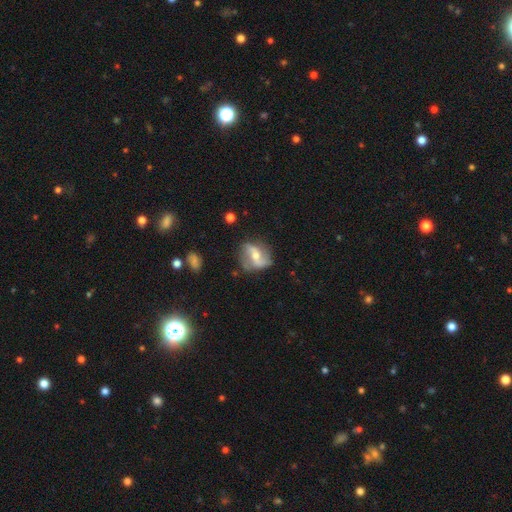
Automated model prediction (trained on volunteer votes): A featured or disk galaxy (73%) with a weak bar (38%), 2 (86%) loose (59%) spiral arms (88%) and a moderate central bulge (57%).

Vote fractions:
- Smooth or featured? featured or disk: 73% / smooth: 20% / star or artifact: 7%
- Edge-on disk? no: 95% / yes: 5%
- Bar? weak: 38% / no: 32% / strong: 30%
- Spiral arms? yes: 88% / no: 12%
- Spiral winding? loose: 59% / medium: 30% / tight: 11%
- Spiral arm count? 2: 86% / can't tell: 6% / 1: 3% / 3: 2% / 4: 1% / more than 4: 1%
- Bulge size? moderate: 57% / small: 37% / large: 3% / none: 2% / dominant: 1%
- Merging? none: 67% / minor disturbance: 21% / major disturbance: 9% / merger: 2%